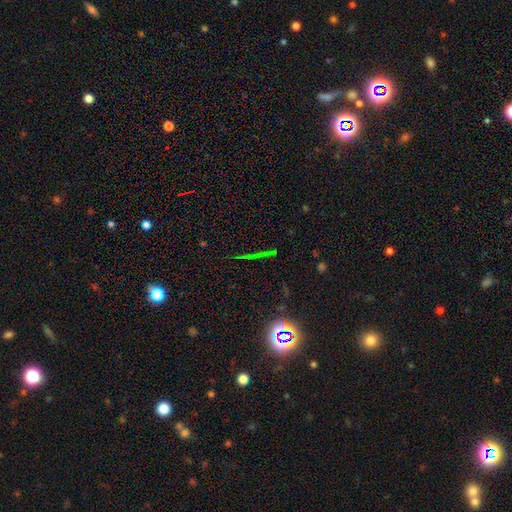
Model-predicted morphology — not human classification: Q: Smooth or featured?
A: star or artifact (66%); runner-up: smooth (17%)